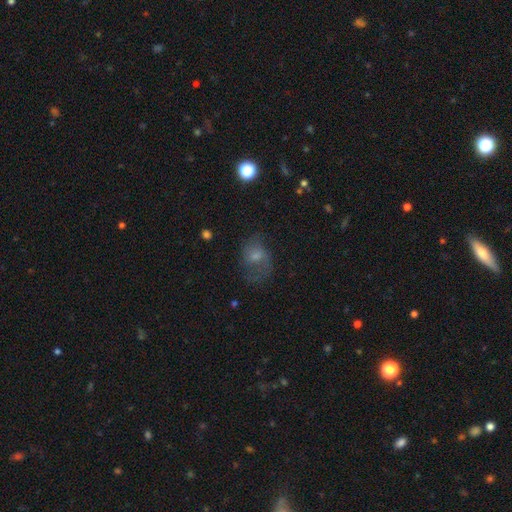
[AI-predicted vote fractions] This appears to be a featured or disk galaxy (46%). Merging: none (55%).